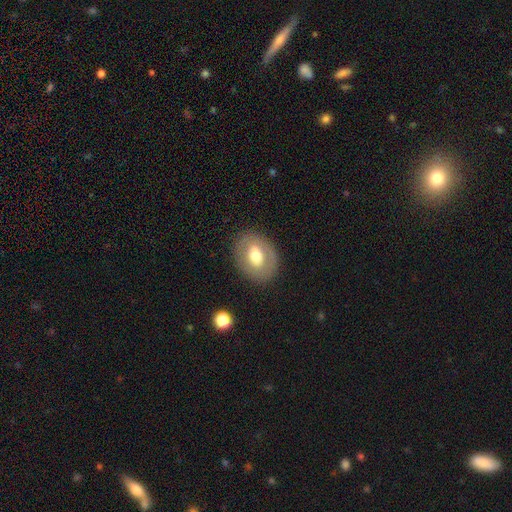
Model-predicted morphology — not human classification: A smooth galaxy with no disk features (57%) that is in between round and cigar-shaped (67%).

Vote fractions:
- Smooth or featured? smooth: 57% / featured or disk: 36% / star or artifact: 7%
- How rounded? in between: 67% / round: 32% / cigar-shaped: 1%
- Merging? none: 84% / minor disturbance: 10% / major disturbance: 5% / merger: 1%